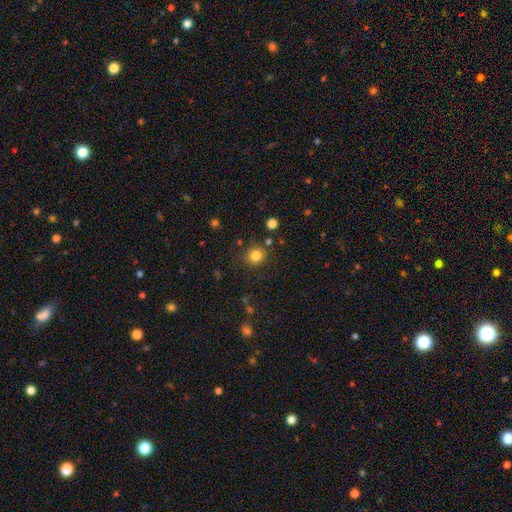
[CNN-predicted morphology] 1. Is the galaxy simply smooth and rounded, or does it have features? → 82% smooth, 13% star or artifact, 5% featured or disk.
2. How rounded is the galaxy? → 89% round, 11% in between, 1% cigar-shaped.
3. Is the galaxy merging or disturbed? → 84% none, 9% minor disturbance, 4% merger, 3% major disturbance.